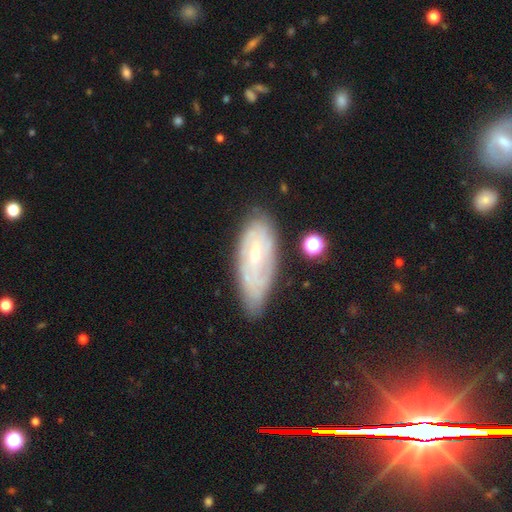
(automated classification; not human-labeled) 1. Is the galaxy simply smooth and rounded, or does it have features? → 64% featured or disk, 27% smooth, 8% star or artifact.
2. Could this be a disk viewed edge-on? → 86% no, 14% yes.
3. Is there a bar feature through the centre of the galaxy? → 55% no, 37% weak, 8% strong.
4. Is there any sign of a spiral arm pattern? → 79% yes, 21% no.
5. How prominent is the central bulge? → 69% small, 25% moderate, 4% none, 1% large, 1% dominant.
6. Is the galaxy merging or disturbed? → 67% none, 23% minor disturbance, 6% major disturbance, 3% merger.